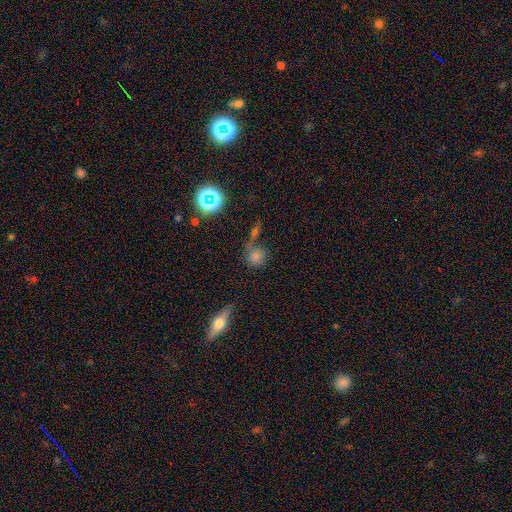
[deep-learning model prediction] Smooth or featured? smooth (70%)
How rounded? round (81%)
Merging? none (52%)